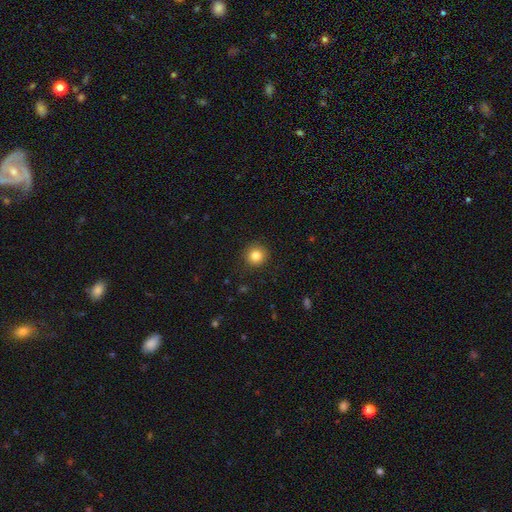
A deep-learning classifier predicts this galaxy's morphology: This appears to be a smooth galaxy with no disk features (84%) that is round (93%). Merging: none (90%).